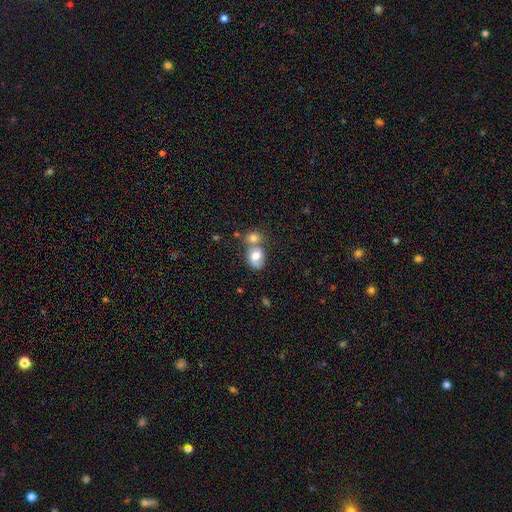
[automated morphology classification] Smooth or featured? Predicted: smooth (p=0.73). How rounded? Predicted: in between (p=0.59). Merging? Predicted: merger (p=0.57).